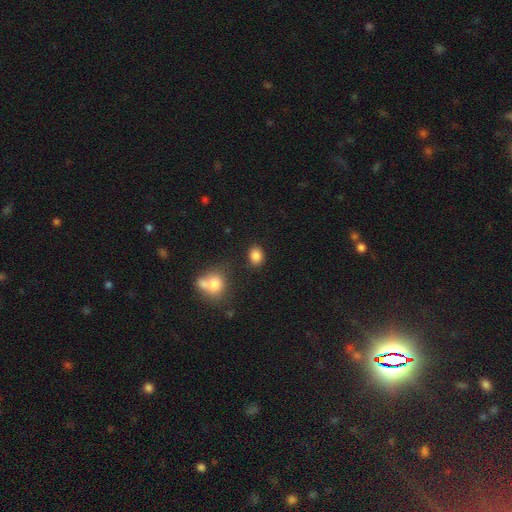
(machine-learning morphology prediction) A smooth galaxy with no disk features (85%) that is in between round and cigar-shaped (58%).

Vote fractions:
- Smooth or featured? smooth: 85% / star or artifact: 10% / featured or disk: 5%
- How rounded? in between: 58% / round: 41% / cigar-shaped: 1%
- Merging? none: 82% / minor disturbance: 10% / merger: 5% / major disturbance: 3%